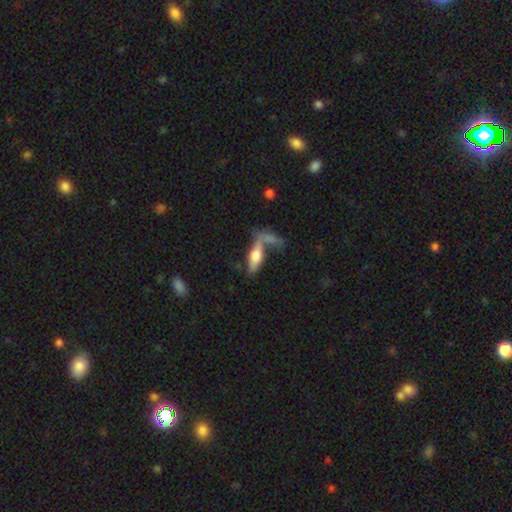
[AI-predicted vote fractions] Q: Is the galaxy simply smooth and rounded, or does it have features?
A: smooth — 55%.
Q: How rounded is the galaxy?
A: cigar-shaped — 52%.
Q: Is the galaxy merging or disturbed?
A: none — 44%.